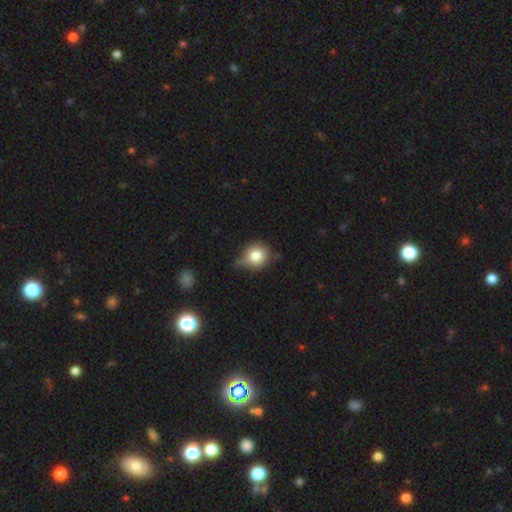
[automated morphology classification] A smooth galaxy with no disk features (79%) that is round (78%). Merging: none (55%).